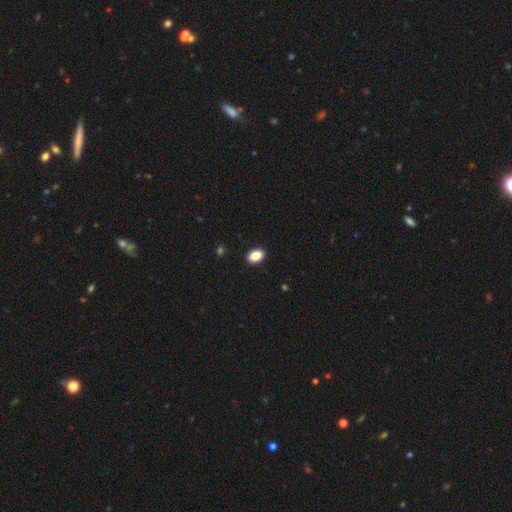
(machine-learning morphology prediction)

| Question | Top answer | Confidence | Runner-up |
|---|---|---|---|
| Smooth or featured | smooth | 88% | star or artifact (8%) |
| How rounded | in between | 83% | round (16%) |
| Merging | none | 91% | minor disturbance (6%) |